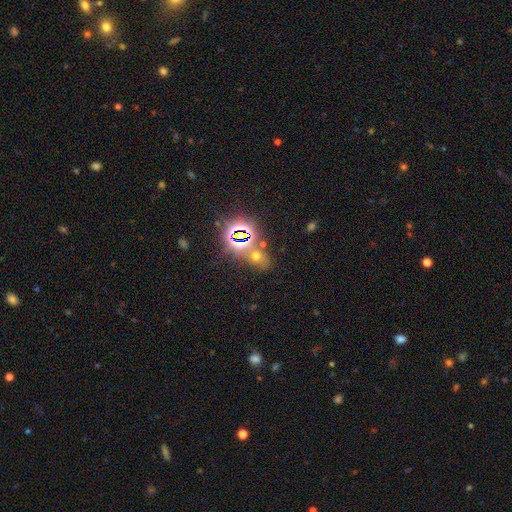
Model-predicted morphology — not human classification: Smooth or featured? Predicted: star or artifact (p=0.49).